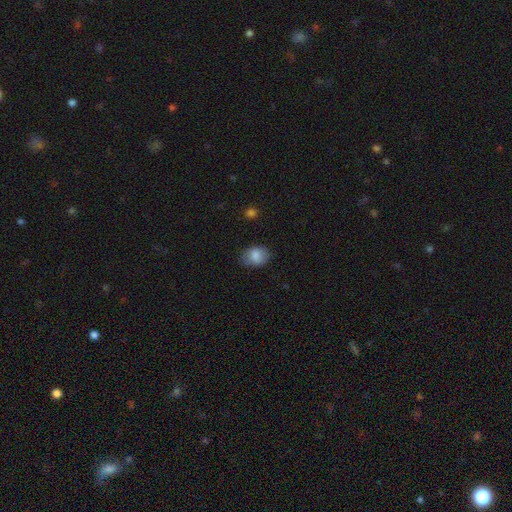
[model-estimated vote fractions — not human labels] Morphology: type=smooth (83%); roundness=in between (65%); merging=none (78%).